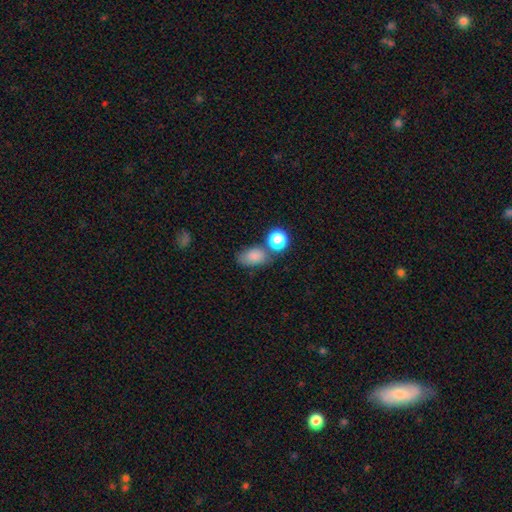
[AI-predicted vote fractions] A smooth galaxy with no disk features (82%) that is in between round and cigar-shaped (81%). Merging: none (56%).